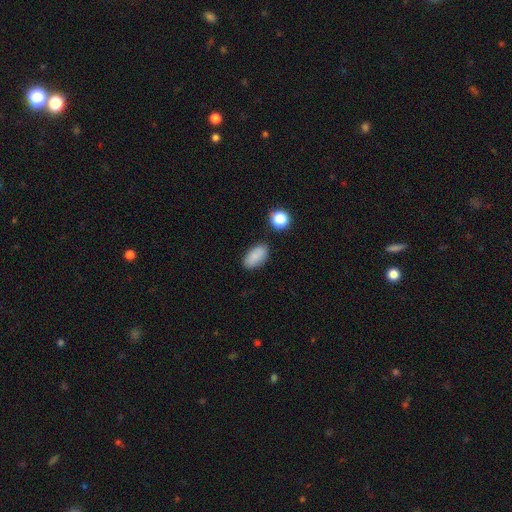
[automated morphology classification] smooth_or_featured: smooth (p=0.86) [alt: star or artifact p=0.09]
how_rounded: in between (p=0.92) [alt: round p=0.05]
merging: none (p=0.81) [alt: minor disturbance p=0.12]